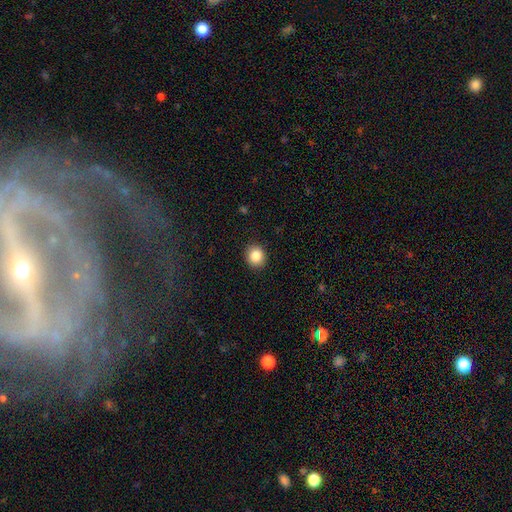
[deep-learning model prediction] smooth_or_featured: smooth (p=0.85) [alt: star or artifact p=0.10]
how_rounded: round (p=0.79) [alt: in between p=0.20]
merging: none (p=0.91) [alt: minor disturbance p=0.06]